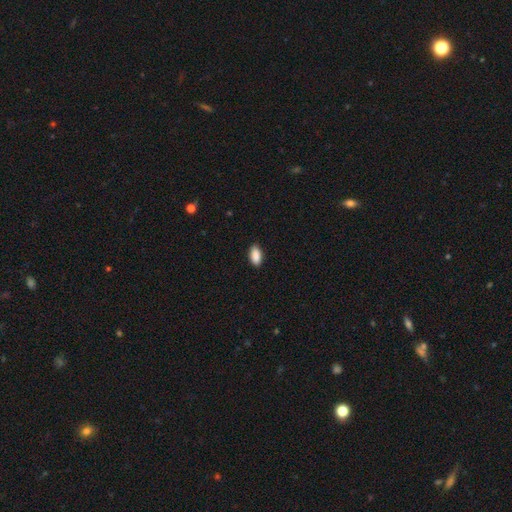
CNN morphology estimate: smooth_or_featured: smooth (p=0.90) [alt: star or artifact p=0.07]
how_rounded: in between (p=0.93) [alt: cigar-shaped p=0.04]
merging: none (p=0.88) [alt: minor disturbance p=0.09]